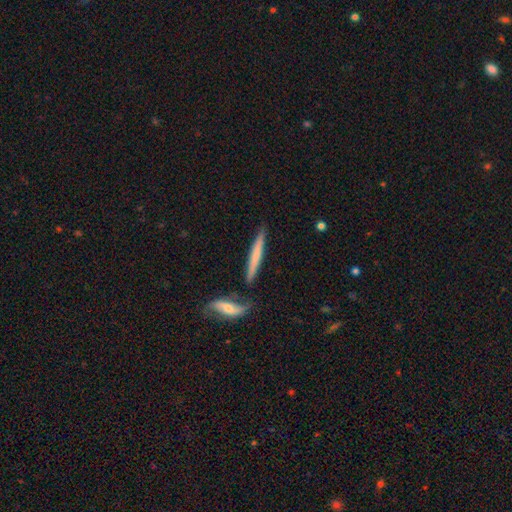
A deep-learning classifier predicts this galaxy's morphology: The model was most divided on "smooth or featured": smooth: 53%, featured or disk: 41%, star or artifact: 6%. More confident: how rounded — cigar-shaped (94%); merging — none (75%).